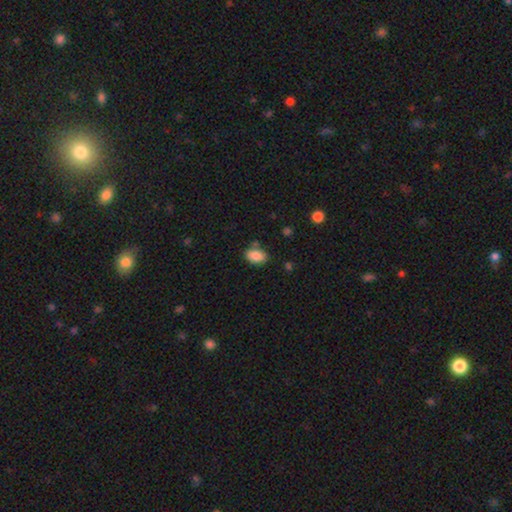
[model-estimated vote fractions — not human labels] smooth 87%, star or artifact 8%, featured or disk 5%. Down the decision tree: how rounded — in between (89%); merging — none (71%).